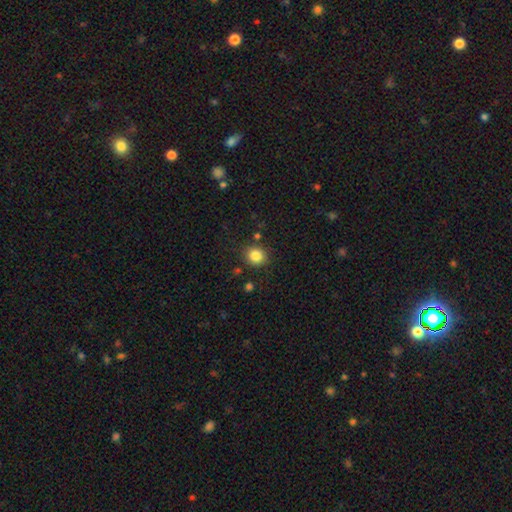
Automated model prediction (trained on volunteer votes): The model was most divided on "how rounded": round: 81%, in between: 19%, cigar-shaped: 1%. More confident: merging — none (85%); smooth or featured — smooth (84%).